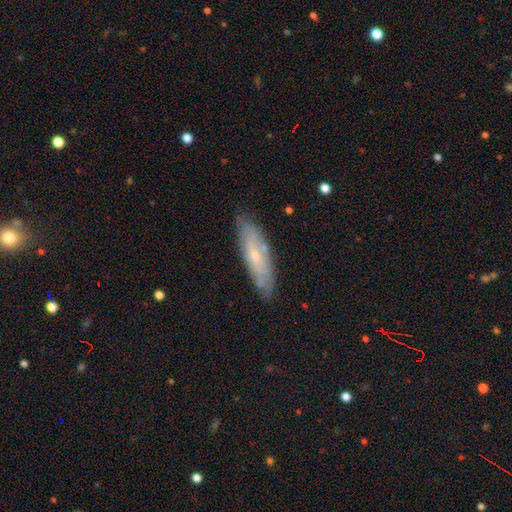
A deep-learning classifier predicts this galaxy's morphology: A featured or disk galaxy (49%).

Vote fractions:
- Smooth or featured? featured or disk: 49% / smooth: 44% / star or artifact: 7%
- Merging? none: 77% / minor disturbance: 17% / major disturbance: 3% / merger: 2%